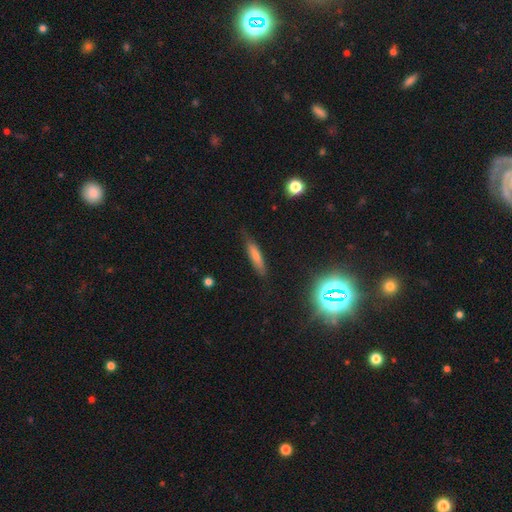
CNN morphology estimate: The model was most divided on "smooth or featured": smooth: 71%, featured or disk: 20%, star or artifact: 9%. More confident: how rounded — cigar-shaped (79%); merging — none (76%).